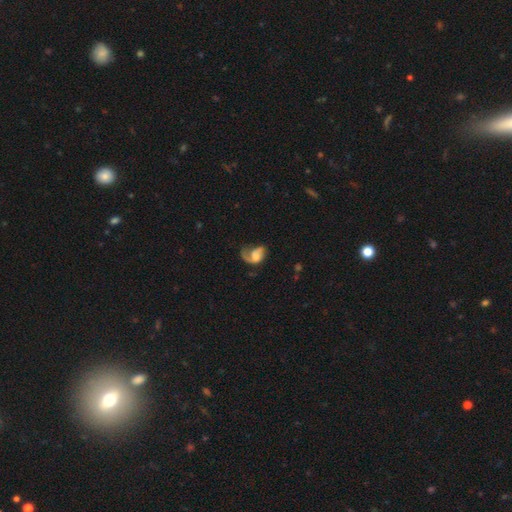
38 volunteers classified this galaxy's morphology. A featured or disk galaxy (61%) with no bar (65%), 1 (59%) loose (65%) spiral arms (74%) and a moderate central bulge (35%).

Vote fractions:
- Smooth or featured? featured or disk: 61% / smooth: 34% / star or artifact: 5%
- Edge-on disk? no: 100% / yes: 0%
- Bar? no: 65% / weak: 30% / strong: 4%
- Spiral arms? yes: 74% / no: 26%
- Spiral winding? loose: 65% / medium: 24% / tight: 12%
- Spiral arm count? 1: 59% / 2: 41% / 3: 0% / 4: 0% / more than 4: 0% / can't tell: 0%
- Bulge size? moderate: 35% / large: 22% / small: 22% / none: 22% / dominant: 0%
- Merging? major disturbance: 53% / minor disturbance: 25% / none: 17% / merger: 6%